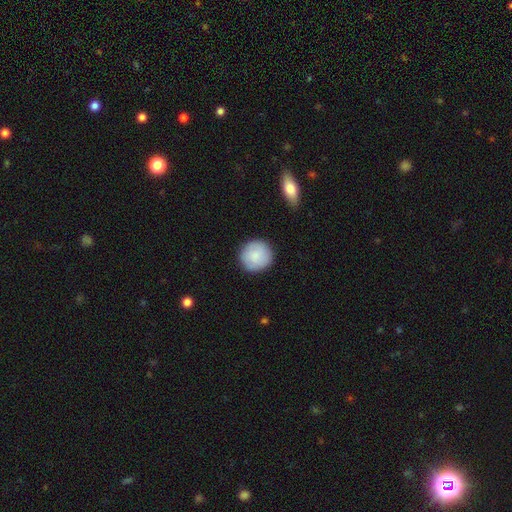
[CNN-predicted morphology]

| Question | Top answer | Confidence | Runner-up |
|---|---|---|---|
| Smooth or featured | smooth | 84% | featured or disk (10%) |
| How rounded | round | 94% | in between (5%) |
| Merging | none | 88% | minor disturbance (8%) |